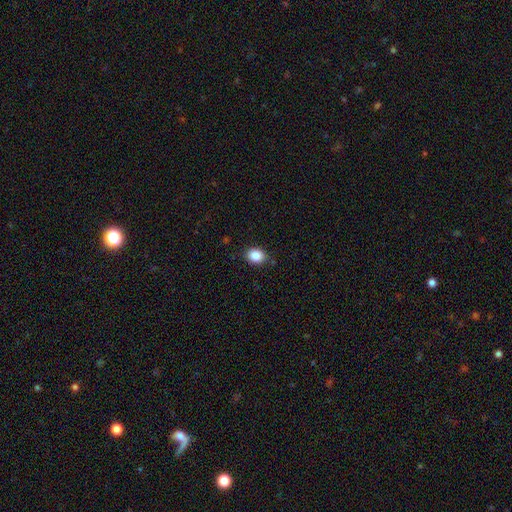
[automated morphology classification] Overall: smooth (86%). How rounded: in between (56%; round 43%). Merging: none (85%).